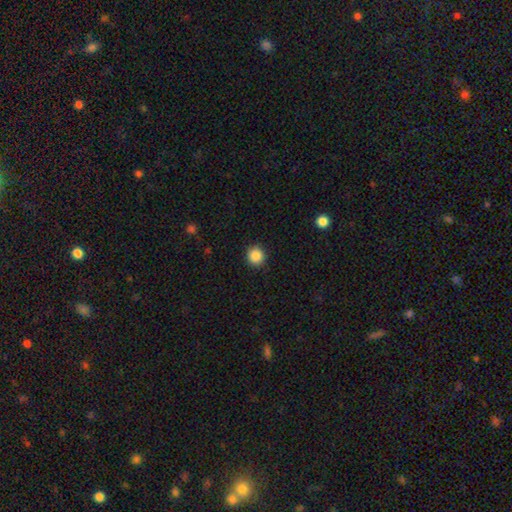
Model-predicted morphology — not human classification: Q: Smooth or featured?
A: smooth (88%); runner-up: star or artifact (9%)
Q: How rounded?
A: round (93%); runner-up: in between (6%)
Q: Merging?
A: none (91%); runner-up: minor disturbance (6%)